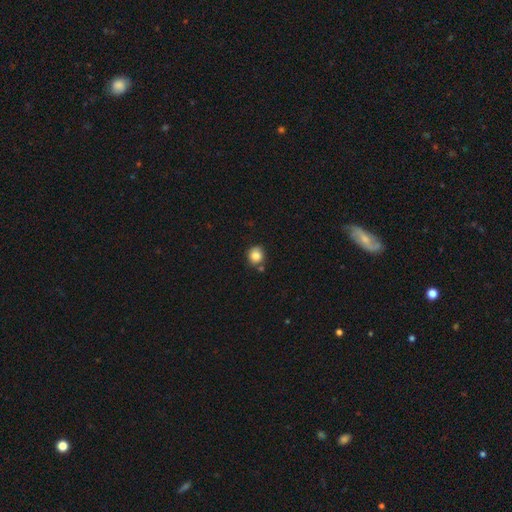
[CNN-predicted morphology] type=smooth (85%); roundness=round (85%); merging=none (74%).